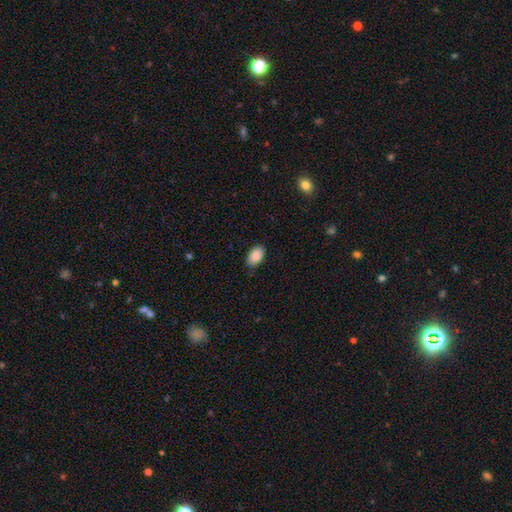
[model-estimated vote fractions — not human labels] Overall: smooth (89%). How rounded: in between (93%). Merging: none (85%).